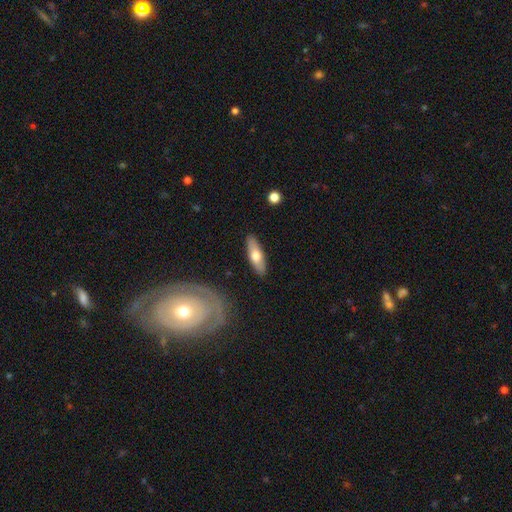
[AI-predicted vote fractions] smooth-or-featured: smooth: 63% | featured or disk: 32% | star or artifact: 5%
  how-rounded: in between: 53% | cigar-shaped: 45% | round: 2%
  merging: none: 88% | minor disturbance: 8% | major disturbance: 2% | merger: 2%